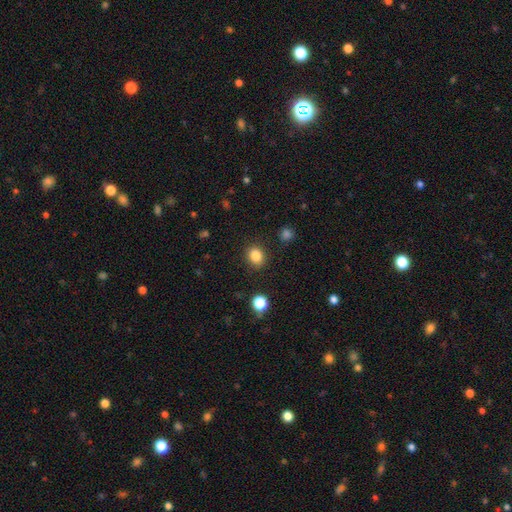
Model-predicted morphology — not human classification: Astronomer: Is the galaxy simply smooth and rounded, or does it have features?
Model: smooth — 84%.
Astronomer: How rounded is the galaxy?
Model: round — 66%.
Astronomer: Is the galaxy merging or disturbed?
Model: none — 88%.